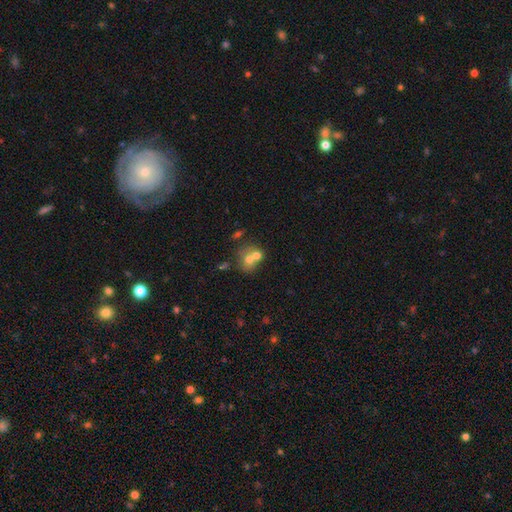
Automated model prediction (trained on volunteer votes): Smooth or featured?
  - smooth: 64% *
  - featured or disk: 25%
  - star or artifact: 11%
How rounded?
  - round: 64% *
  - in between: 35%
  - cigar-shaped: 1%
Merging?
  - merger: 62% *
  - none: 26%
  - minor disturbance: 8%
  - major disturbance: 4%